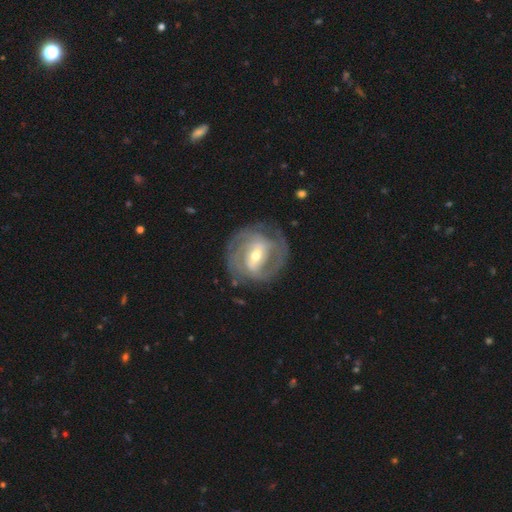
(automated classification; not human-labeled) Smooth or featured? Predicted: featured or disk (p=0.87). Edge-on disk? Predicted: no (p=0.97). Bar? Predicted: weak (p=0.43). Spiral arms? Predicted: yes (p=0.94). Spiral winding? Predicted: tight (p=0.61). Spiral arm count? Predicted: 2 (p=0.47). Bulge size? Predicted: moderate (p=0.59). Merging? Predicted: none (p=0.77).